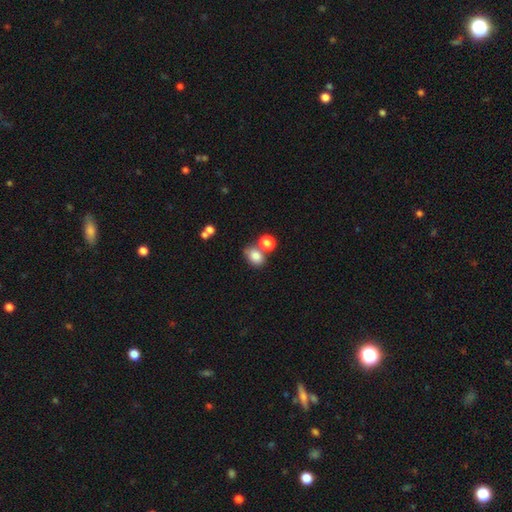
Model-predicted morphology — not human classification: Overall: smooth (81%). How rounded: in between (65%; round 34%). Merging: none (55%; merger 25%).